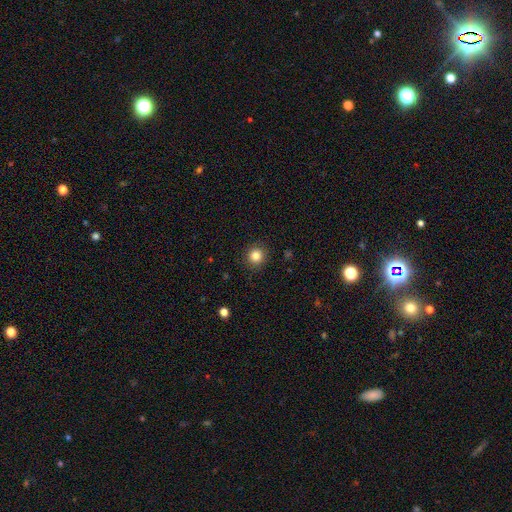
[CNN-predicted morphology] Smooth or featured? Predicted: smooth (p=0.84). How rounded? Predicted: round (p=0.92). Merging? Predicted: none (p=0.90).